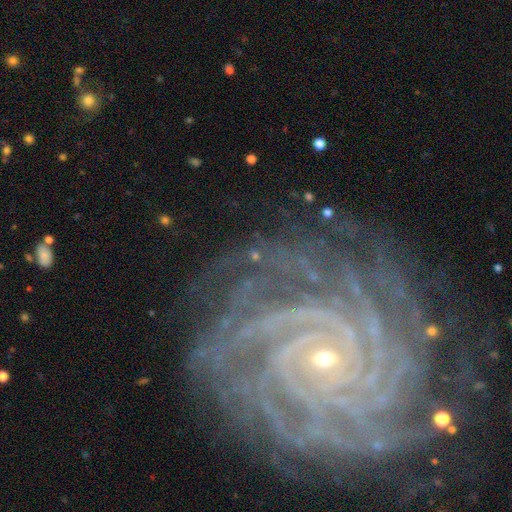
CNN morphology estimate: featured or disk 89%, star or artifact 7%, smooth 4%. Down the decision tree: edge-on disk — no (97%); bar — no (57%); spiral arms — yes (99%); spiral arm count — more than 4 (33%); spiral winding — tight (85%); bulge size — small (79%); merging — none (80%).